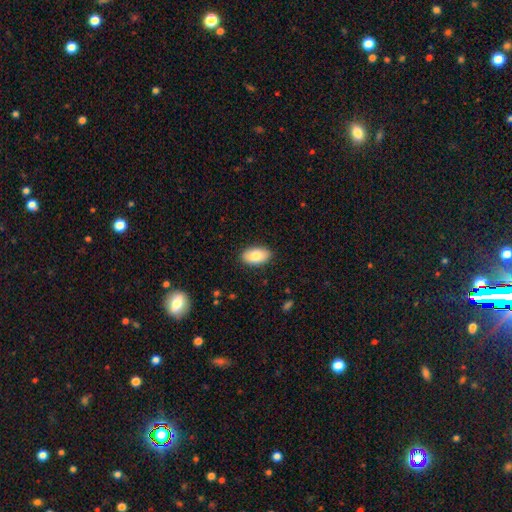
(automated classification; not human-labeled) This appears to be a smooth galaxy with no disk features (81%) that is in between round and cigar-shaped (94%). Merging: none (89%).